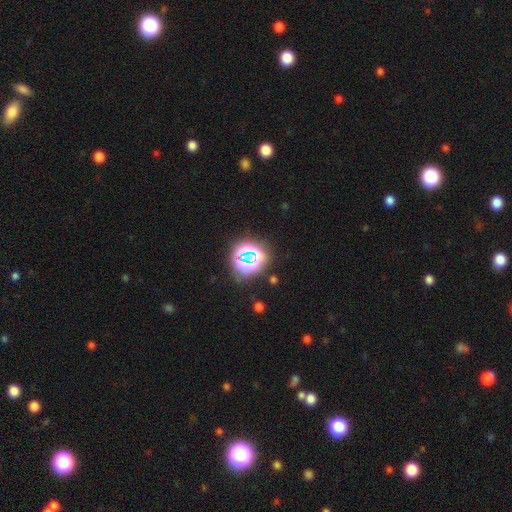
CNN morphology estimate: Smooth or featured?
  - star or artifact: 68% *
  - smooth: 22%
  - featured or disk: 10%